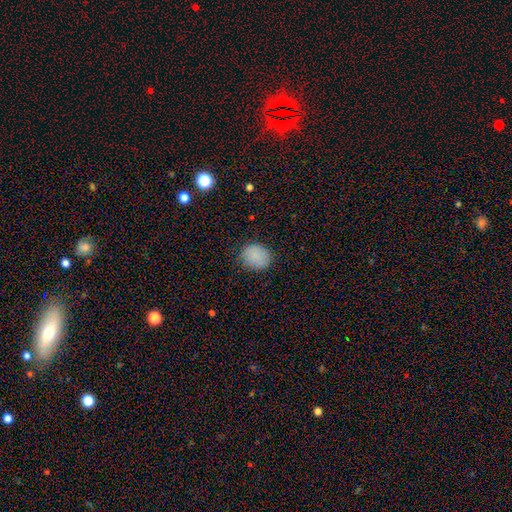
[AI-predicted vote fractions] smooth-or-featured: smooth: 86% | star or artifact: 9% | featured or disk: 5%
  how-rounded: round: 63% | in between: 36% | cigar-shaped: 1%
  merging: none: 78% | minor disturbance: 17% | major disturbance: 4% | merger: 1%